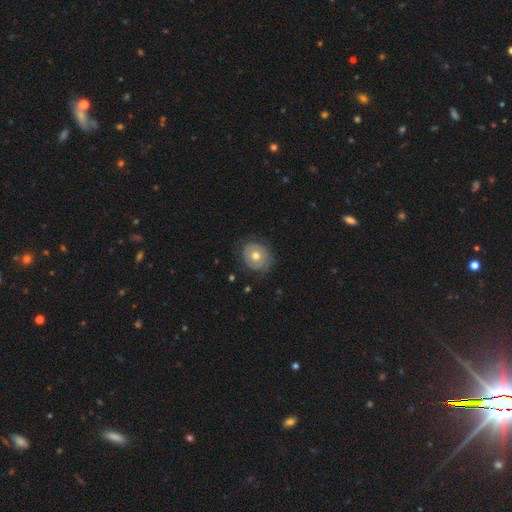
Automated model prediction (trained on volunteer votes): Q: Smooth or featured?
A: smooth (54%); runner-up: featured or disk (39%)
Q: How rounded?
A: round (69%); runner-up: in between (30%)
Q: Merging?
A: none (76%); runner-up: minor disturbance (18%)